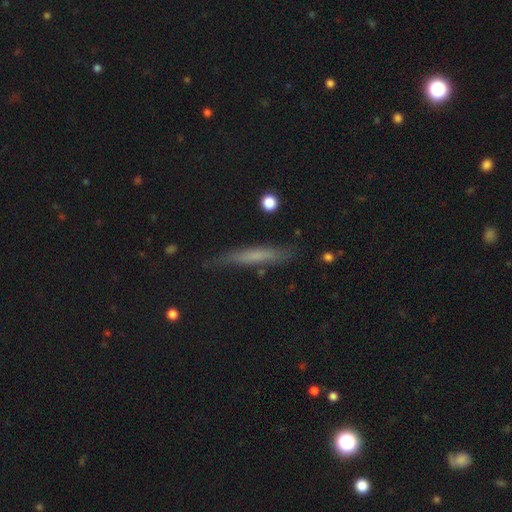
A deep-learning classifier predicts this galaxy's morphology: smooth-or-featured: smooth: 58% | featured or disk: 32% | star or artifact: 10%
  how-rounded: cigar-shaped: 92% | in between: 6% | round: 2%
  merging: none: 79% | minor disturbance: 16% | major disturbance: 4% | merger: 2%